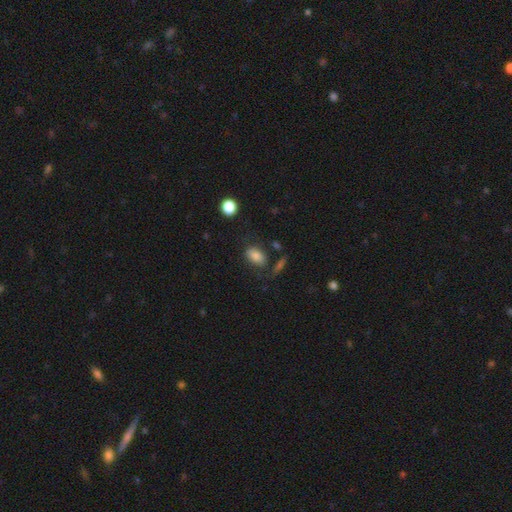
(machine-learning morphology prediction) Smooth or featured?
  - smooth: 81% *
  - star or artifact: 10%
  - featured or disk: 9%
How rounded?
  - in between: 85% *
  - round: 12%
  - cigar-shaped: 2%
Merging?
  - none: 69% *
  - minor disturbance: 18%
  - major disturbance: 8%
  - merger: 6%